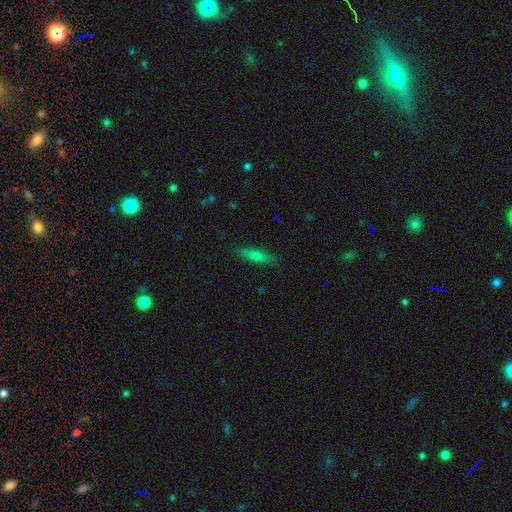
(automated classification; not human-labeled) The model was most divided on "smooth or featured": smooth: 63%, featured or disk: 27%, star or artifact: 11%. More confident: merging — none (86%); how rounded — cigar-shaped (76%).